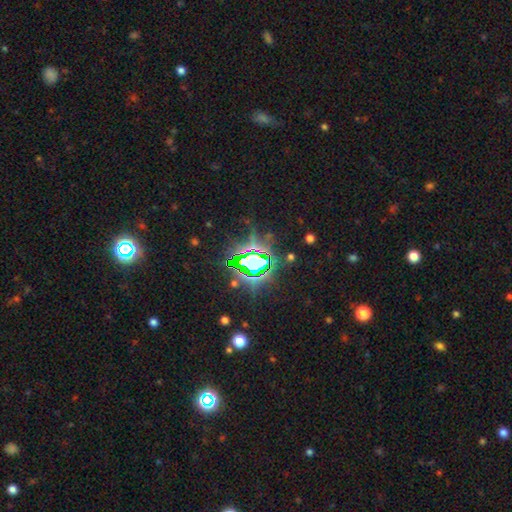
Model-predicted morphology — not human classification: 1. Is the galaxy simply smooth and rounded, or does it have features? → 78% star or artifact, 11% smooth, 10% featured or disk.